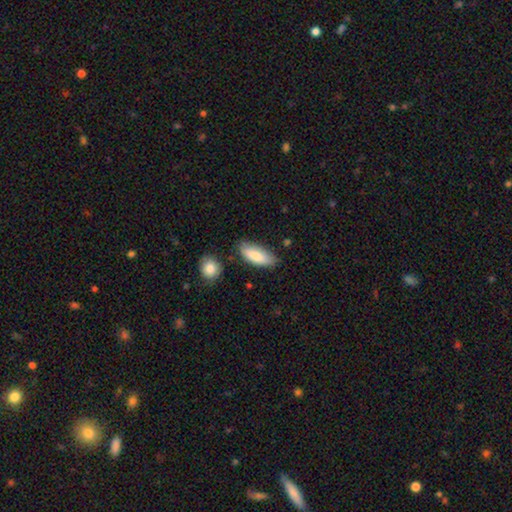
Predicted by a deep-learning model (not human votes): smooth 82%, featured or disk 12%, star or artifact 6%. Down the decision tree: how rounded — in between (74%); merging — none (75%).